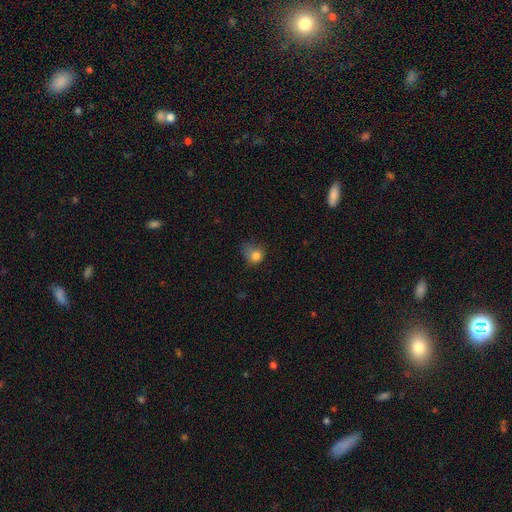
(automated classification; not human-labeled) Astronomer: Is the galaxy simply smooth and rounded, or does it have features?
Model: smooth — 79%.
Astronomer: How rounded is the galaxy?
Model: round — 67%.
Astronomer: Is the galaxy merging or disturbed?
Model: minor disturbance — 37% (runner-up: none, 36%).